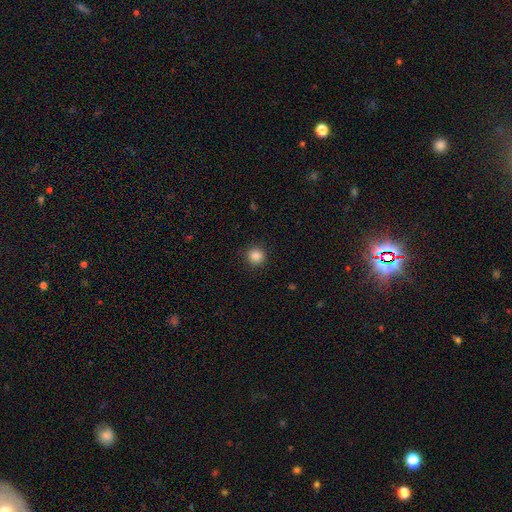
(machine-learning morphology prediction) Smooth or featured? smooth (85%)
How rounded? round (94%)
Merging? none (91%)